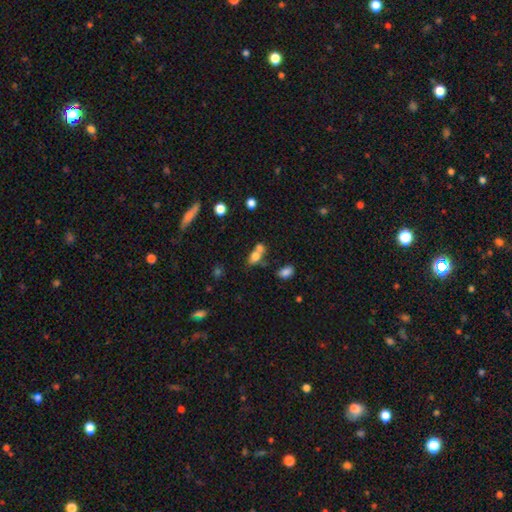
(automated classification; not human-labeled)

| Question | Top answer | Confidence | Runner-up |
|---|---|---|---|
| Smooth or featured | smooth | 72% | featured or disk (17%) |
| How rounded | in between | 70% | round (23%) |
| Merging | merger | 53% | none (32%) |